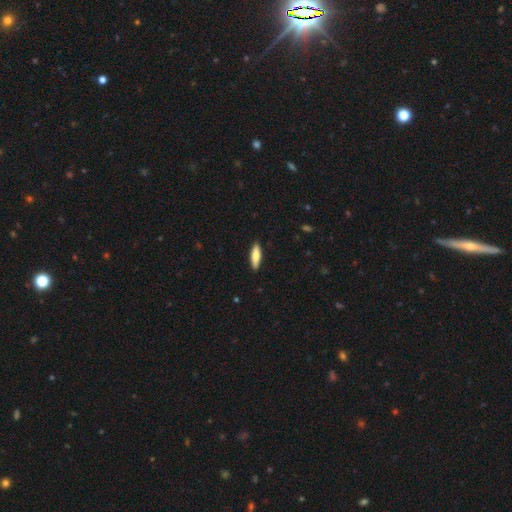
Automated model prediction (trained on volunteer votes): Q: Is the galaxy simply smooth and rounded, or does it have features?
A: smooth — 76%.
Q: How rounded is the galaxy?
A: cigar-shaped — 60%.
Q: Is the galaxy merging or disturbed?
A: none — 90%.